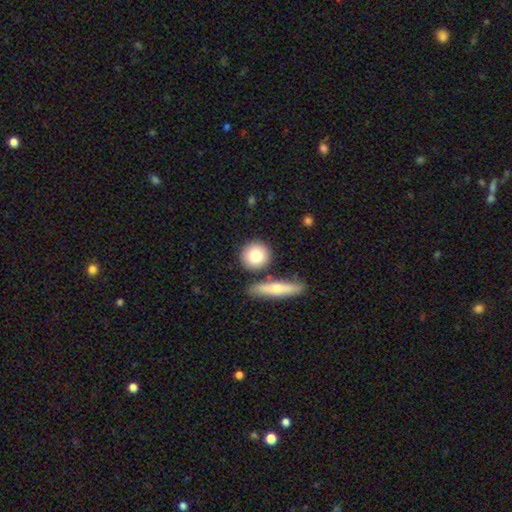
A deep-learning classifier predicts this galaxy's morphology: Smooth or featured?
  - smooth: 79% *
  - featured or disk: 15%
  - star or artifact: 7%
How rounded?
  - round: 85% *
  - in between: 12%
  - cigar-shaped: 3%
Merging?
  - none: 78% *
  - merger: 11%
  - minor disturbance: 9%
  - major disturbance: 2%